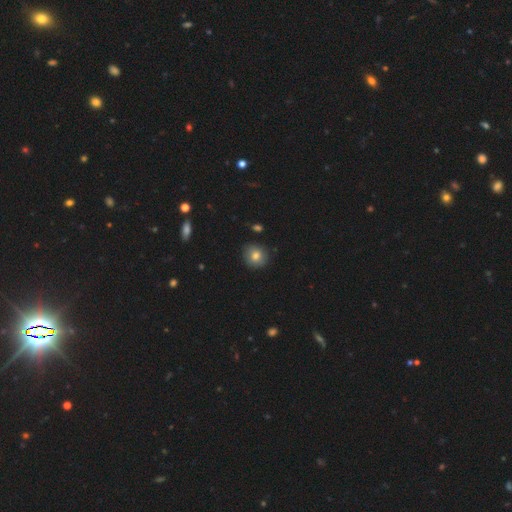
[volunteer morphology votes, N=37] Overall: smooth (78%). How rounded: round (93%). Merging: none (71%).